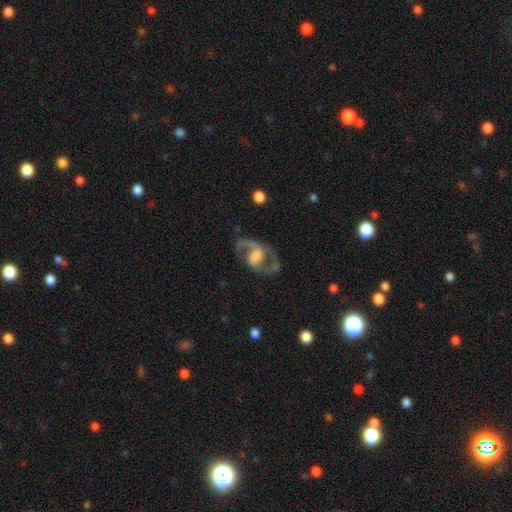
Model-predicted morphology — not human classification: smooth_or_featured: featured or disk (p=0.84) [alt: smooth p=0.10]
disk_edge_on: no (p=0.97) [alt: yes p=0.03]
bar: weak (p=0.44) [alt: no p=0.34]
has_spiral_arms: yes (p=0.91) [alt: no p=0.09]
spiral_winding: medium (p=0.53) [alt: loose p=0.36]
spiral_arm_count: 2 (p=0.88) [alt: 1 p=0.05]
bulge_size: large (p=0.34) [alt: none p=0.25]
merging: none (p=0.65) [alt: major disturbance p=0.17]